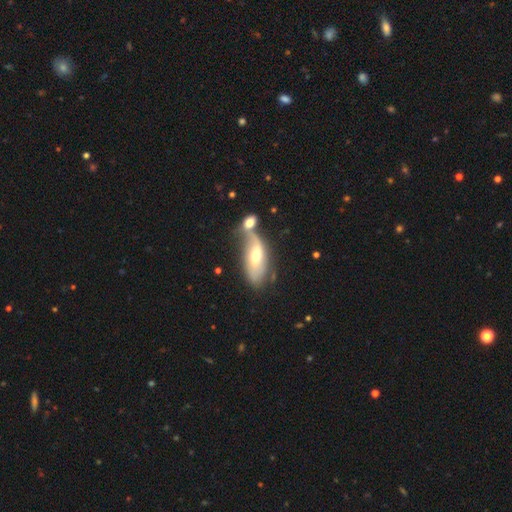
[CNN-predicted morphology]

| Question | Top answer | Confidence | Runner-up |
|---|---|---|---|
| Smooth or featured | featured or disk | 48% | smooth (45%) |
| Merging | merger | 42% | none (33%) |